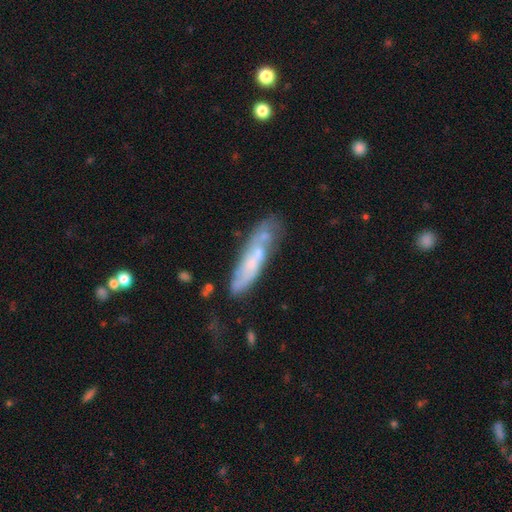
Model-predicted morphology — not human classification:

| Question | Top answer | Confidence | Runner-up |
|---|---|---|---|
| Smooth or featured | featured or disk | 48% | smooth (44%) |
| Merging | none | 53% | minor disturbance (23%) |